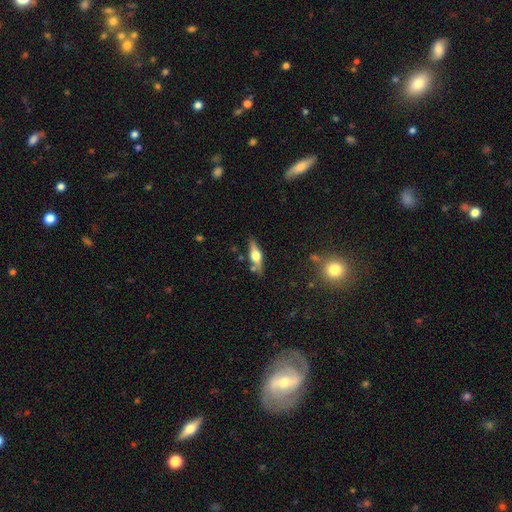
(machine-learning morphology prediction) The model was most divided on "smooth or featured": featured or disk: 59%, smooth: 34%, star or artifact: 7%. More confident: edge-on disk — yes (92%); edge-on bulge — rounded (92%); merging — none (78%).